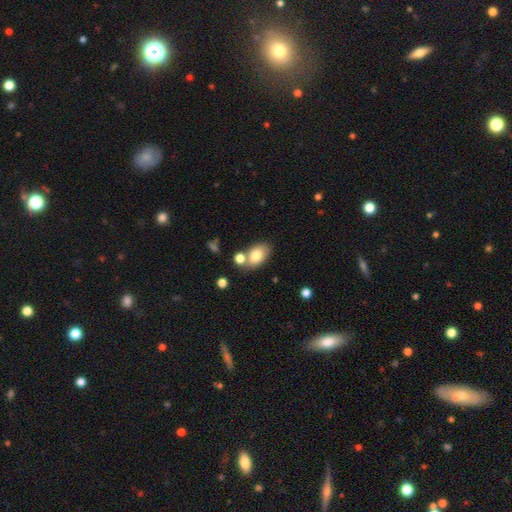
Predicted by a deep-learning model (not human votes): Overall: smooth (79%). How rounded: in between (86%). Merging: none (62%).